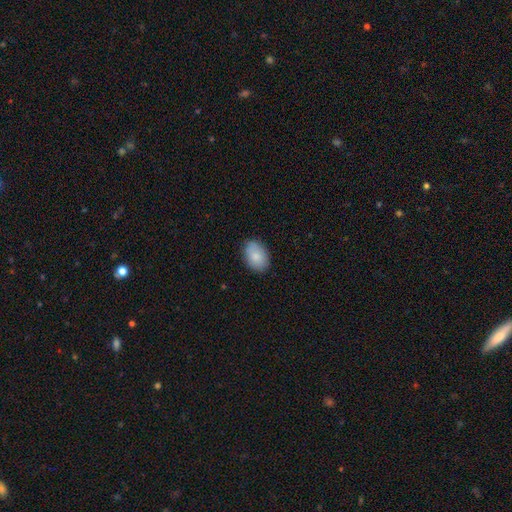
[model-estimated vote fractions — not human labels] A smooth galaxy with no disk features (85%) that is in between round and cigar-shaped (85%).

Vote fractions:
- Smooth or featured? smooth: 85% / featured or disk: 9% / star or artifact: 7%
- How rounded? in between: 85% / round: 14% / cigar-shaped: 1%
- Merging? none: 83% / minor disturbance: 14% / major disturbance: 3% / merger: 1%